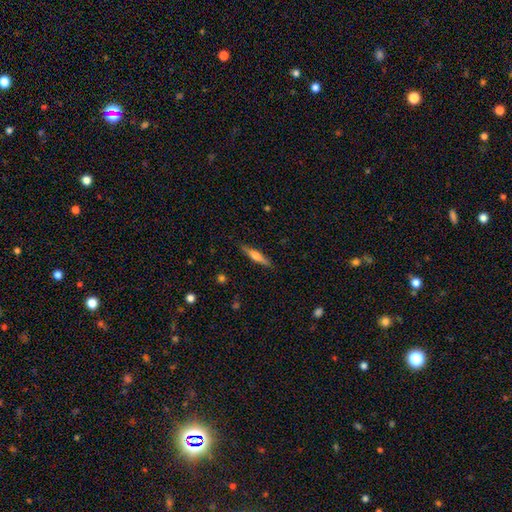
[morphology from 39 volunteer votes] Smooth or featured? 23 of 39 (59%) said featured or disk. Edge-on disk? 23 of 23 (100%) said yes. Edge-on bulge? 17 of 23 (74%) said rounded. Merging? 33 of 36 (92%) said none.